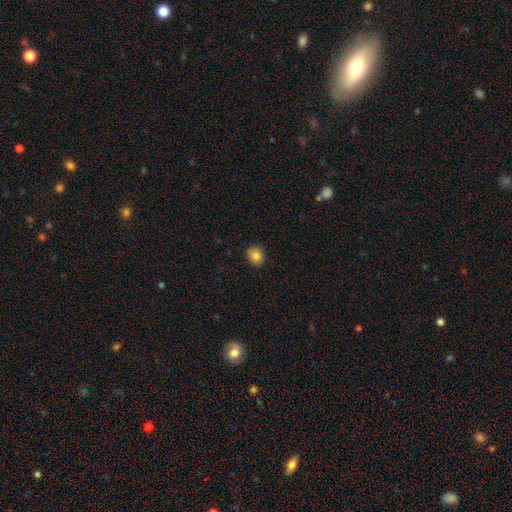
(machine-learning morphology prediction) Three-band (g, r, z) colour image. It shows a smooth galaxy with no disk features (84%) that is round (71%). Merging: none (88%).